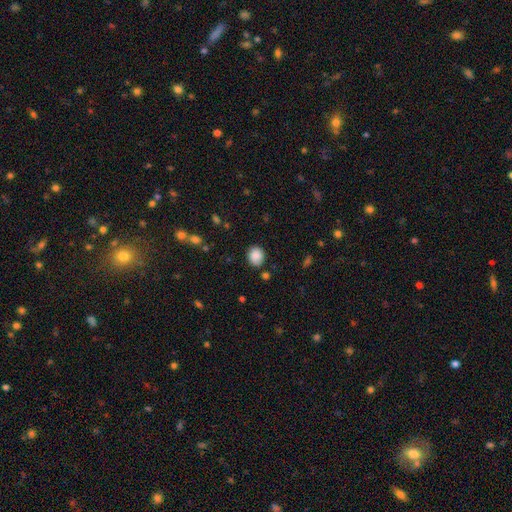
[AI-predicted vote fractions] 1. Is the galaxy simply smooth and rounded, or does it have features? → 87% smooth, 8% star or artifact, 5% featured or disk.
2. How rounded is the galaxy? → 66% round, 33% in between, 1% cigar-shaped.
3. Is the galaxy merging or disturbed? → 81% none, 13% minor disturbance, 3% major disturbance, 3% merger.